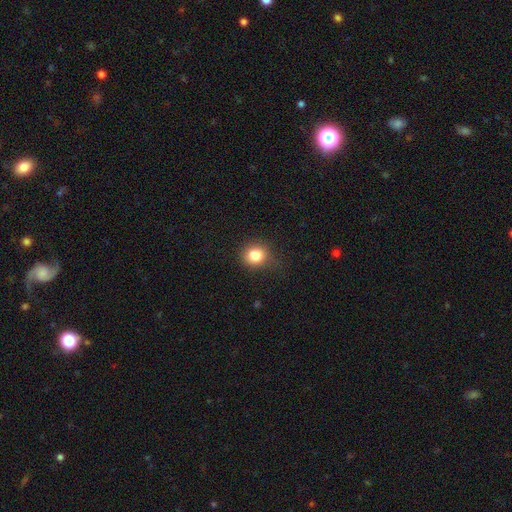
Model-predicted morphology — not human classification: A smooth galaxy with no disk features (83%) that is round (75%). Merging: none (75%).